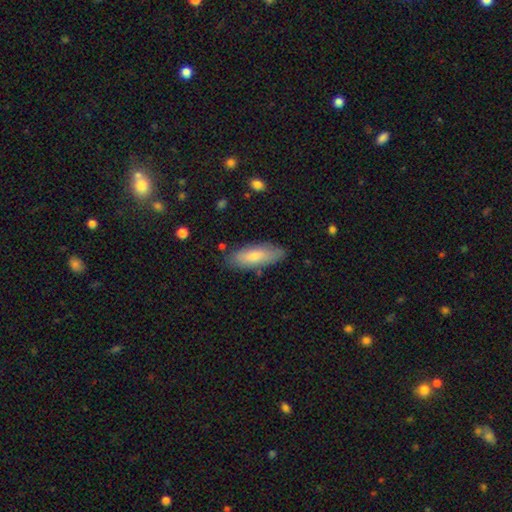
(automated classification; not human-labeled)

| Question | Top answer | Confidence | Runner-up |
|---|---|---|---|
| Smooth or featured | smooth | 73% | featured or disk (21%) |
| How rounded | in between | 66% | cigar-shaped (32%) |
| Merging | none | 83% | minor disturbance (13%) |